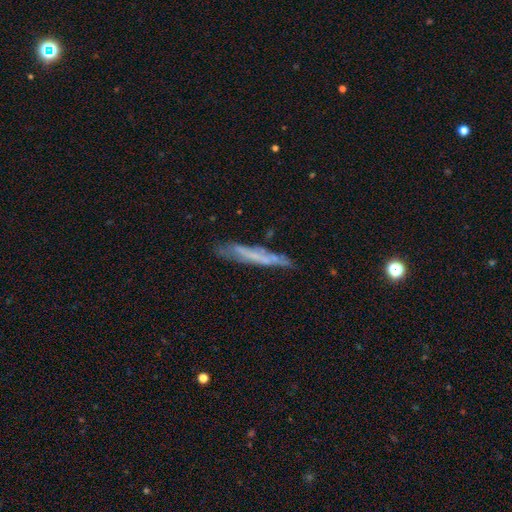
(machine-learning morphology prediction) featured or disk 53%, smooth 39%, star or artifact 8%. Down the decision tree: edge-on disk — yes (78%); merging — none (73%).